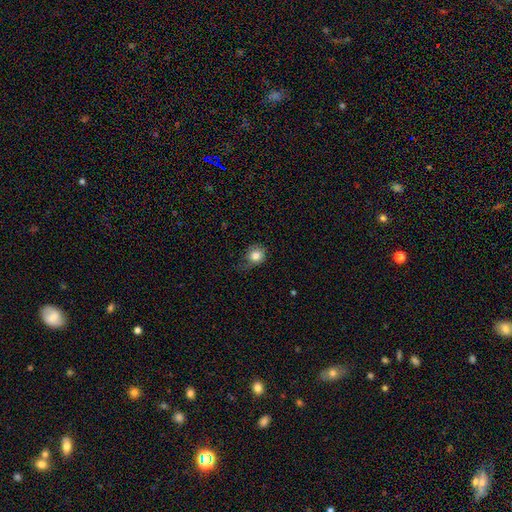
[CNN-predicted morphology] A smooth galaxy with no disk features (81%) that is round (75%).

Vote fractions:
- Smooth or featured? smooth: 81% / featured or disk: 10% / star or artifact: 9%
- How rounded? round: 75% / in between: 24% / cigar-shaped: 1%
- Merging? none: 47% / minor disturbance: 34% / major disturbance: 18% / merger: 2%